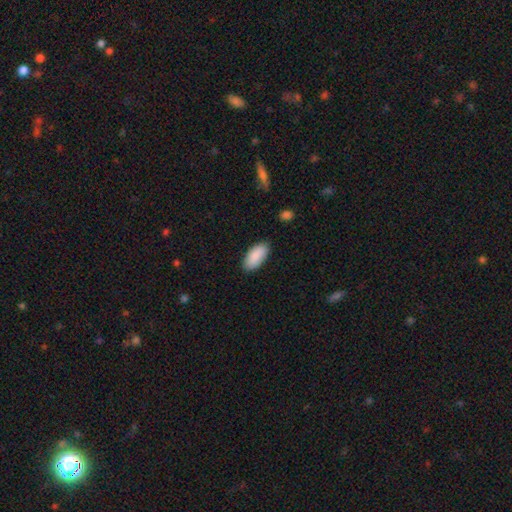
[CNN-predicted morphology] Smooth or featured?
  - smooth: 90% *
  - star or artifact: 6%
  - featured or disk: 4%
How rounded?
  - in between: 92% *
  - cigar-shaped: 6%
  - round: 2%
Merging?
  - none: 85% *
  - minor disturbance: 11%
  - major disturbance: 2%
  - merger: 1%